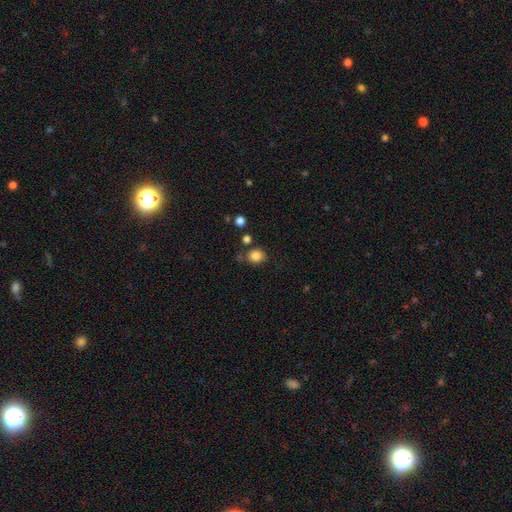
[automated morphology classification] Smooth or featured? Predicted: smooth (p=0.84). How rounded? Predicted: round (p=0.72). Merging? Predicted: none (p=0.71).